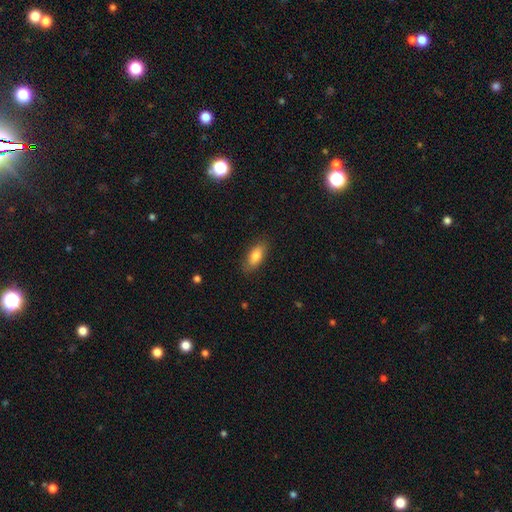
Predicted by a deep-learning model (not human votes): The model was most divided on "how rounded": in between: 81%, cigar-shaped: 16%, round: 3%. More confident: merging — none (84%); smooth or featured — smooth (80%).